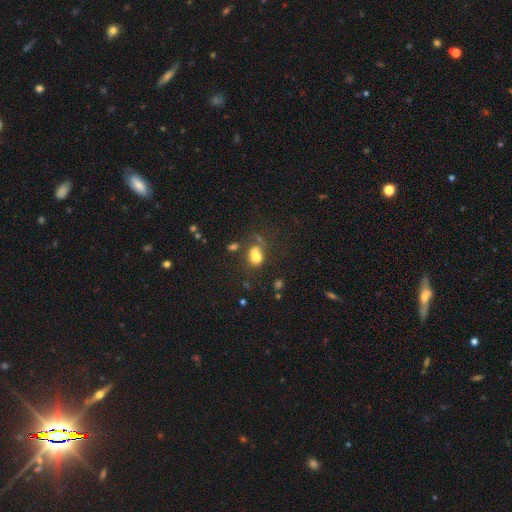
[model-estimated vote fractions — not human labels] smooth 73%, star or artifact 14%, featured or disk 13%. Down the decision tree: how rounded — in between (77%); merging — none (39%).